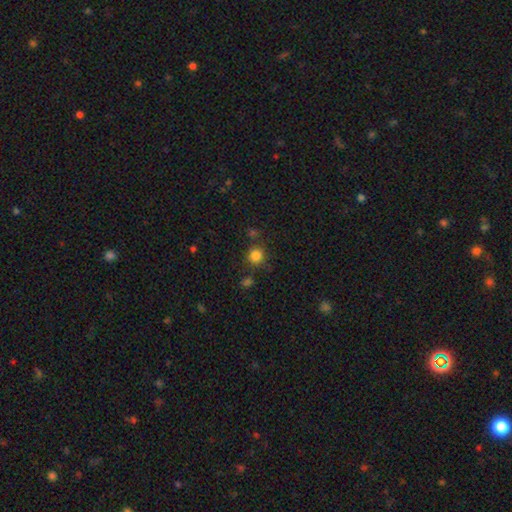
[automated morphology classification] Smooth or featured? Predicted: smooth (p=0.82). How rounded? Predicted: round (p=0.91). Merging? Predicted: none (p=0.81).